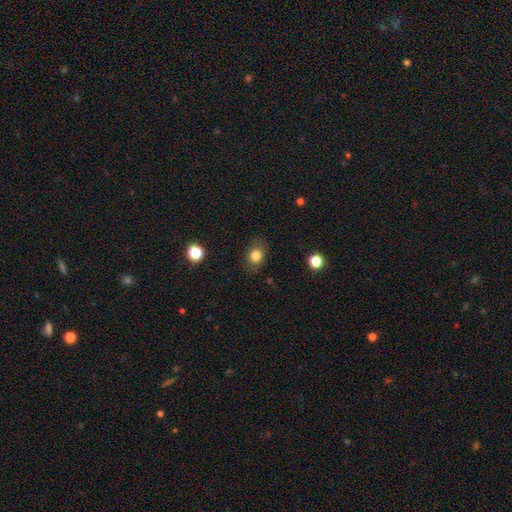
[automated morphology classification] type=smooth (81%); roundness=round (52%); merging=none (81%).